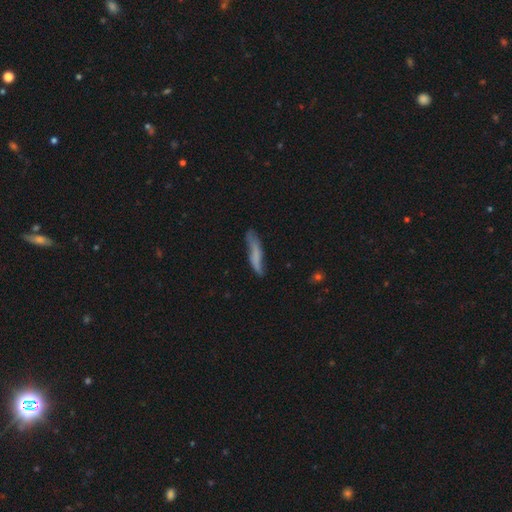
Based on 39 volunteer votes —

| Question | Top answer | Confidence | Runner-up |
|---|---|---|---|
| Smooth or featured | smooth | 46% | tied: featured or disk (46%) |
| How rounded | cigar-shaped | 100% | — |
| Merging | none | 64% | minor disturbance (22%) |